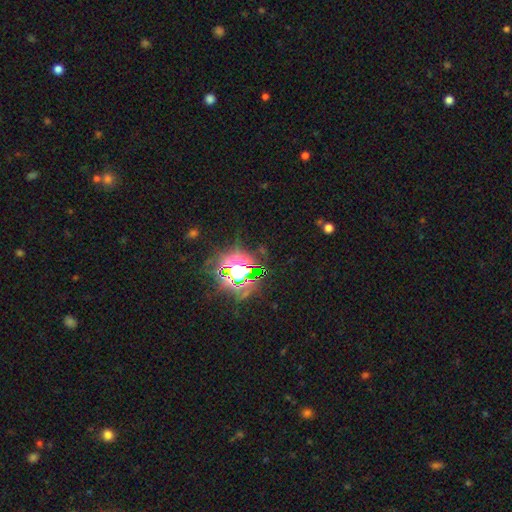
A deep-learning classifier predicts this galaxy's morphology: Overall: star or artifact (79%).